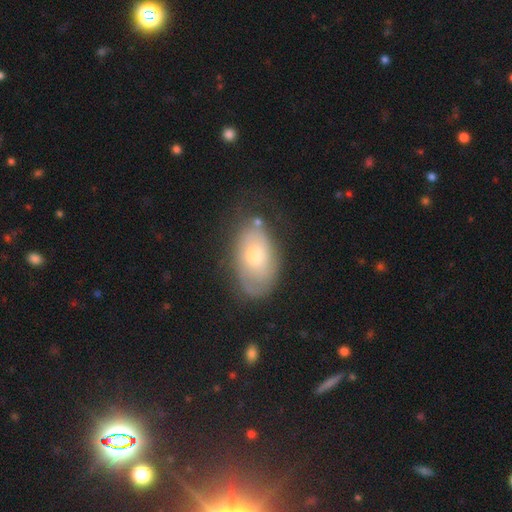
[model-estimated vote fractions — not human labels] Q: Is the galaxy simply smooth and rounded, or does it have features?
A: smooth — 52%.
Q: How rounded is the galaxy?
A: in between — 91%.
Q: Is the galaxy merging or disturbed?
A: none — 61%.